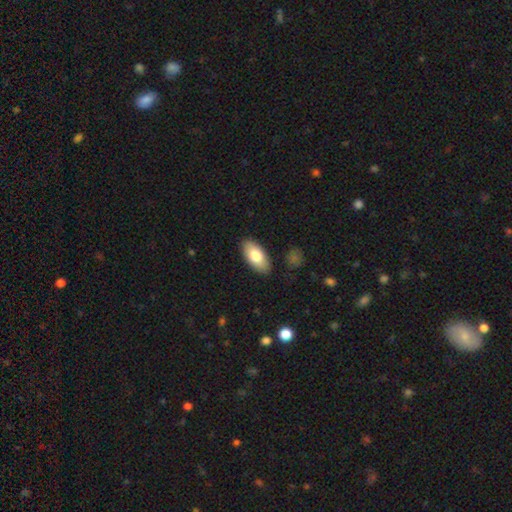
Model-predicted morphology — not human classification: smooth 78%, featured or disk 16%, star or artifact 6%. Down the decision tree: how rounded — in between (92%); merging — none (88%).